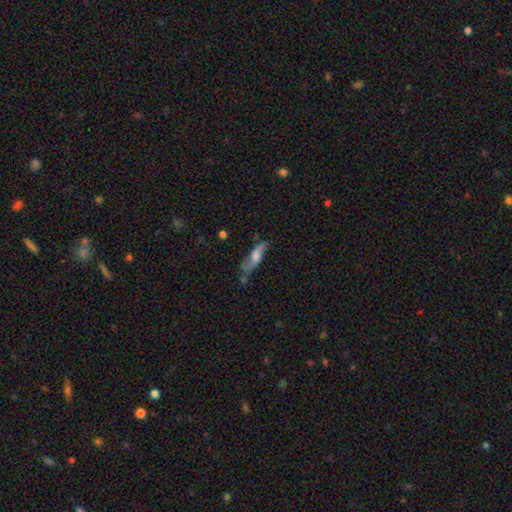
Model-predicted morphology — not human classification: The model was most divided on "edge-on disk": no: 57%, yes: 43%. More confident: merging — none (67%); smooth or featured — featured or disk (54%).